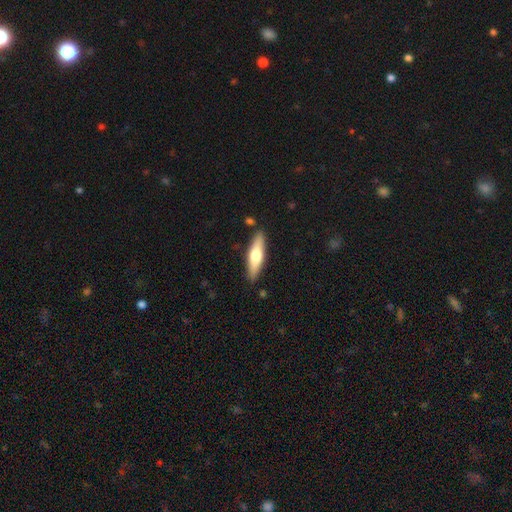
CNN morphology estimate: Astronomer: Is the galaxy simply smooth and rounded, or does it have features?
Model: smooth — 57% (runner-up: featured or disk, 38%).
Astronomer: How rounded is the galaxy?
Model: cigar-shaped — 67%.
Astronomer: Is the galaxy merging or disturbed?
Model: none — 86%.